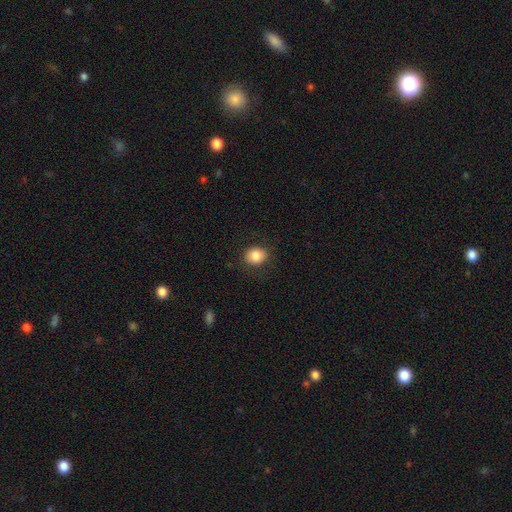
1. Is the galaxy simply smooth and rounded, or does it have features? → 86% smooth, 11% featured or disk, 3% star or artifact.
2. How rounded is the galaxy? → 66% round, 34% in between, 0% cigar-shaped.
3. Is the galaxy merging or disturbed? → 81% none, 17% minor disturbance, 3% major disturbance, 0% merger.